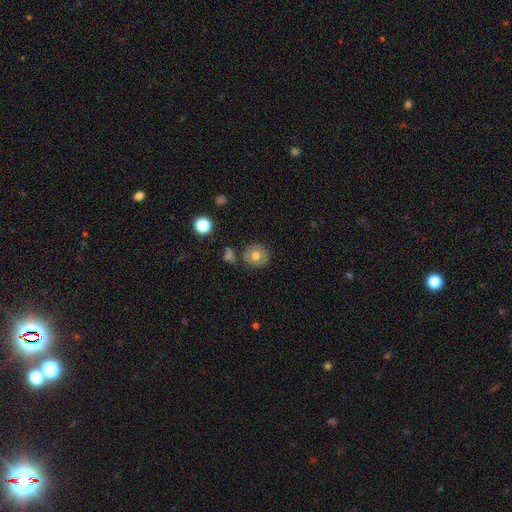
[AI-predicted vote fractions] A smooth galaxy with no disk features (74%) that is round (88%).

Vote fractions:
- Smooth or featured? smooth: 74% / featured or disk: 16% / star or artifact: 10%
- How rounded? round: 88% / in between: 11% / cigar-shaped: 1%
- Merging? none: 78% / minor disturbance: 12% / merger: 6% / major disturbance: 3%